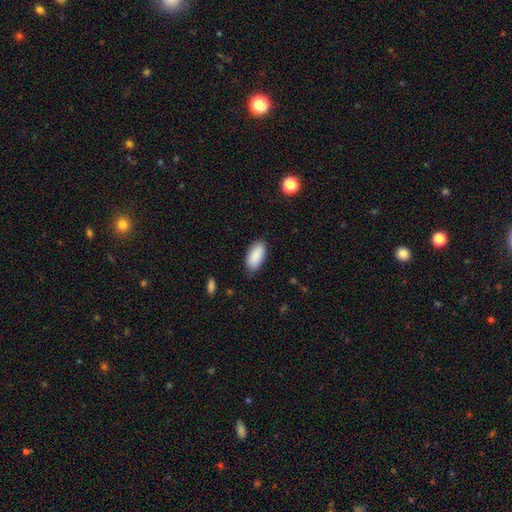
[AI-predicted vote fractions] A smooth galaxy with no disk features (90%) that is in between round and cigar-shaped (90%). Merging: none (84%).